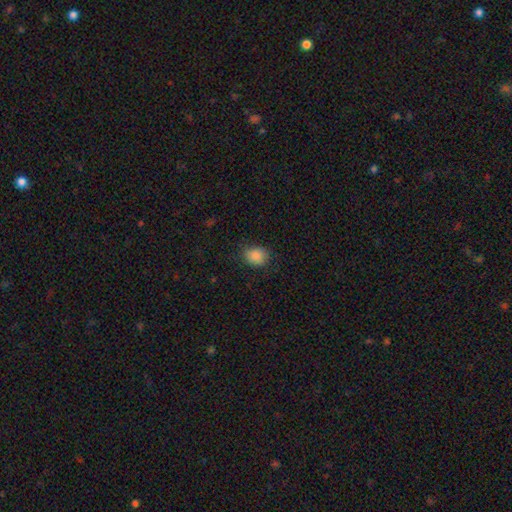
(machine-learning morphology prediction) Smooth or featured?
  - smooth: 86% *
  - star or artifact: 10%
  - featured or disk: 4%
How rounded?
  - round: 54% *
  - in between: 46%
  - cigar-shaped: 1%
Merging?
  - none: 81% *
  - minor disturbance: 14%
  - major disturbance: 4%
  - merger: 1%